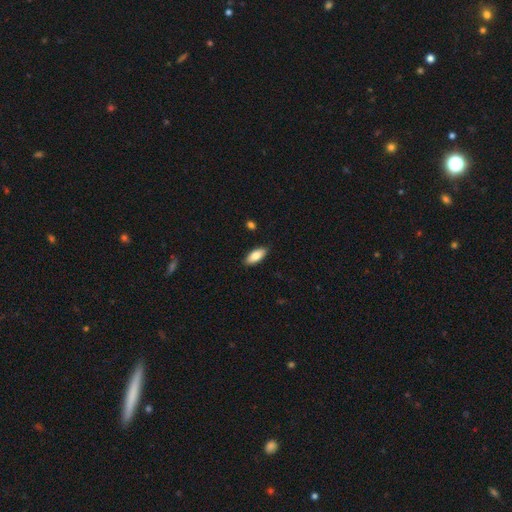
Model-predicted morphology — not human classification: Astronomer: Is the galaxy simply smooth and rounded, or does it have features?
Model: smooth — 83%.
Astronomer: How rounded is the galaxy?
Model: in between — 85%.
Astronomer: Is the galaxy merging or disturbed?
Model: none — 88%.